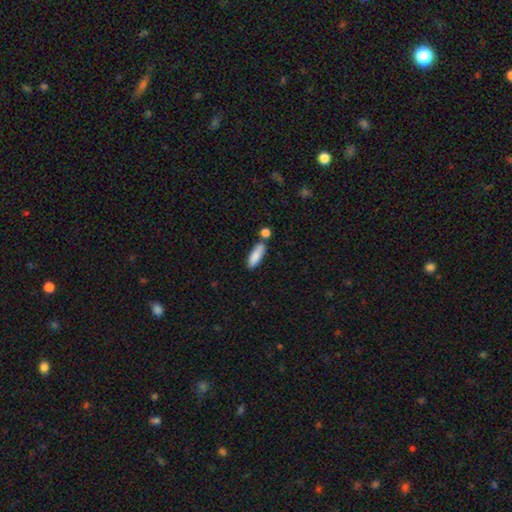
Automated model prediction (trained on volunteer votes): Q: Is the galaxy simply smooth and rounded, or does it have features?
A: smooth — 86%.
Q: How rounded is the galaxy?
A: in between — 60%.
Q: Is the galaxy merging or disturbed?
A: none — 64%.